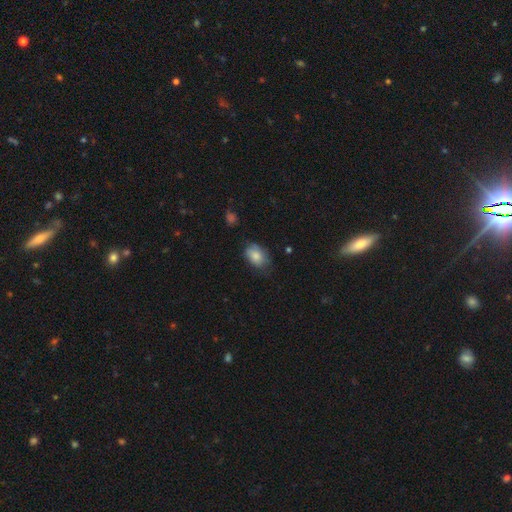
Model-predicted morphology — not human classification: Smooth or featured? Predicted: smooth (p=0.82). How rounded? Predicted: in between (p=0.80). Merging? Predicted: none (p=0.65).